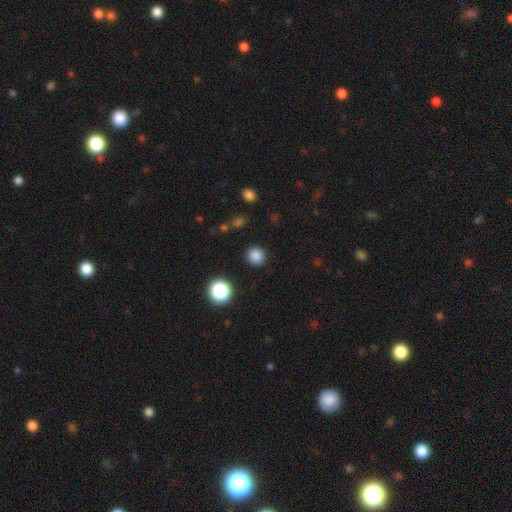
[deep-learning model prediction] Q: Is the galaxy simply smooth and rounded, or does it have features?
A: smooth — 83%.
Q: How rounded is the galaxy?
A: round — 88%.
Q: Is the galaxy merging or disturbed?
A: none — 89%.